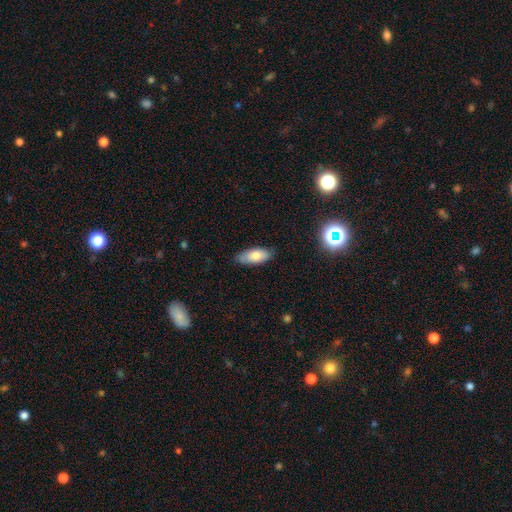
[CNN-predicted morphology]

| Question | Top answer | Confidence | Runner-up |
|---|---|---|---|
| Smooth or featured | smooth | 77% | featured or disk (16%) |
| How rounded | in between | 86% | cigar-shaped (11%) |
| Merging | none | 80% | minor disturbance (16%) |